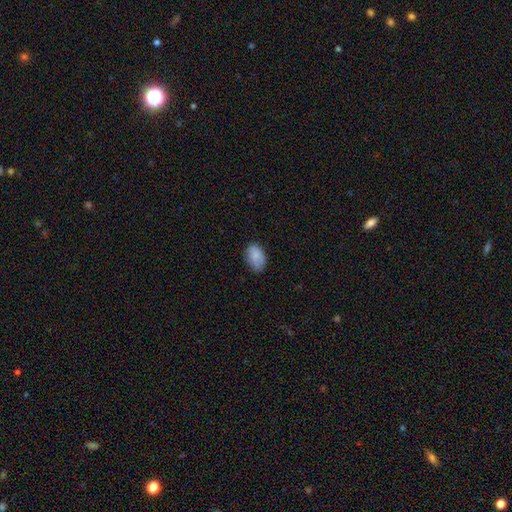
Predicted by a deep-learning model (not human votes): Smooth or featured?
  - smooth: 85% *
  - featured or disk: 8%
  - star or artifact: 7%
How rounded?
  - in between: 89% *
  - round: 10%
  - cigar-shaped: 1%
Merging?
  - none: 72% *
  - minor disturbance: 23%
  - major disturbance: 4%
  - merger: 1%